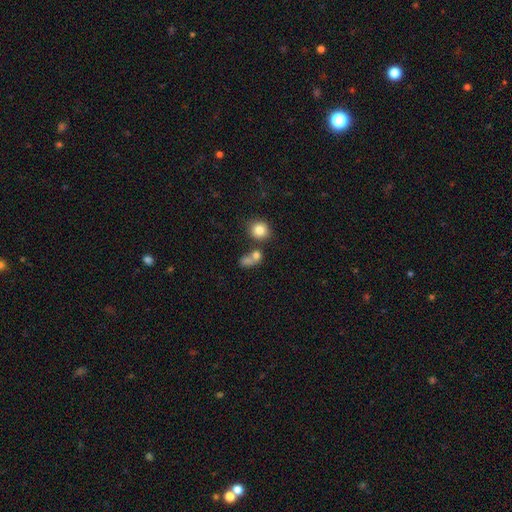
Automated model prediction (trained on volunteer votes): smooth_or_featured: smooth (p=0.69) [alt: star or artifact p=0.18]
how_rounded: round (p=0.69) [alt: in between p=0.28]
merging: none (p=0.51) [alt: merger p=0.32]